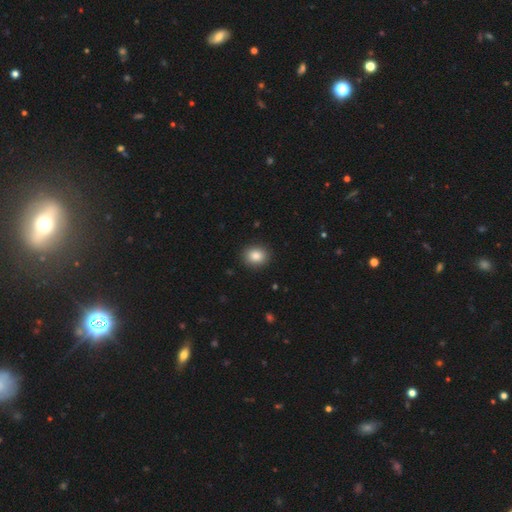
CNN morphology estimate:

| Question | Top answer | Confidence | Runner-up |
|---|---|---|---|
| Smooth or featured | smooth | 86% | star or artifact (9%) |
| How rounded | round | 61% | in between (38%) |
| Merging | none | 91% | minor disturbance (6%) |